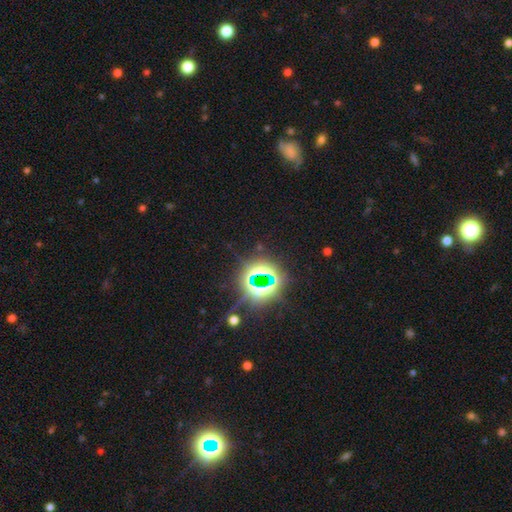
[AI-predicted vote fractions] A star or artifact, not a galaxy (82%).

Vote fractions:
- Smooth or featured? star or artifact: 82% / smooth: 11% / featured or disk: 7%